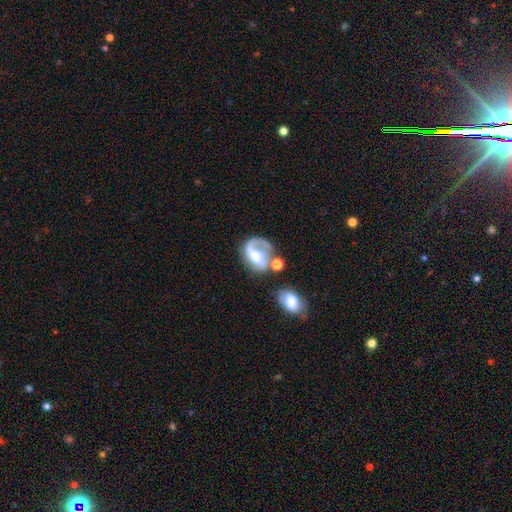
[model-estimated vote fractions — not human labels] A featured or disk galaxy (68%) with no bar (50%), 1 (54%) medium (38%) spiral arms (80%) and a moderate central bulge (51%).

Vote fractions:
- Smooth or featured? featured or disk: 68% / smooth: 24% / star or artifact: 8%
- Edge-on disk? no: 97% / yes: 3%
- Bar? no: 50% / weak: 35% / strong: 15%
- Spiral arms? yes: 80% / no: 20%
- Spiral winding? medium: 38% / loose: 36% / tight: 26%
- Spiral arm count? 1: 54% / 2: 34% / can't tell: 8% / 3: 2% / 4: 1% / more than 4: 1%
- Bulge size? moderate: 51% / small: 25% / large: 12% / none: 9% / dominant: 2%
- Merging? none: 36% / major disturbance: 23% / merger: 22% / minor disturbance: 19%